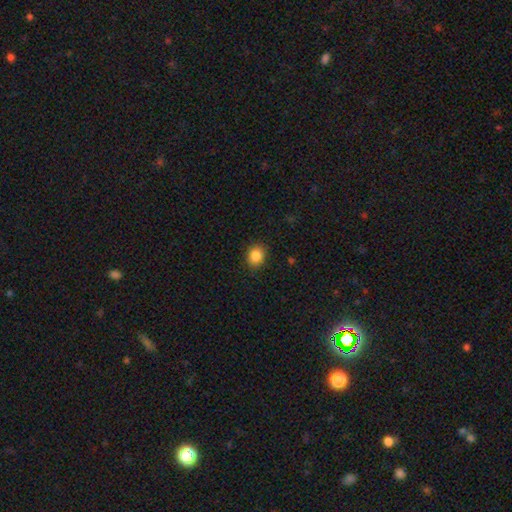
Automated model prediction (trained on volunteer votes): A smooth galaxy with no disk features (86%) that is round (59%). Merging: none (88%).